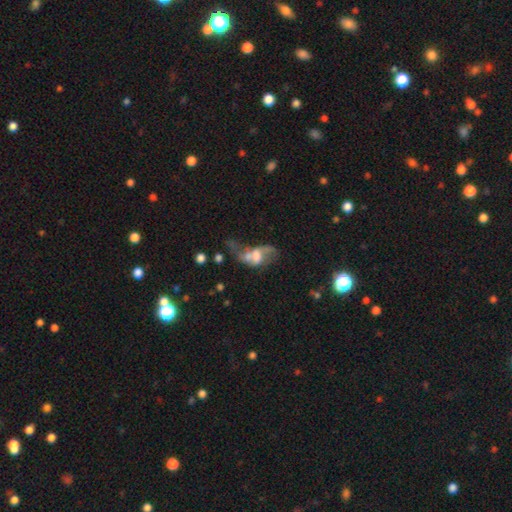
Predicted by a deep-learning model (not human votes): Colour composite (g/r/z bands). It shows a featured or disk galaxy (58%) with no bar (46%), spiral arms (57%) and a moderate central bulge (35%). Merging: major disturbance (36%).